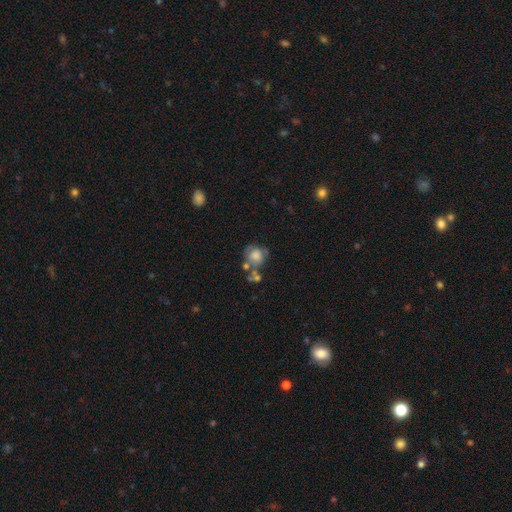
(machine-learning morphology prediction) Smooth or featured? Predicted: smooth (p=0.62). How rounded? Predicted: round (p=0.76). Merging? Predicted: none (p=0.37).